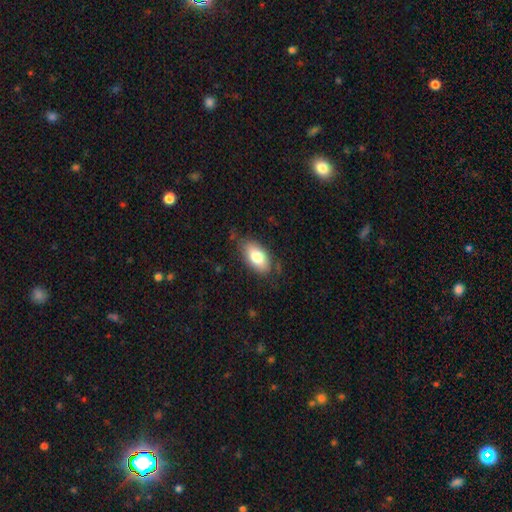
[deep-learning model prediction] A smooth galaxy with no disk features (77%) that is in between round and cigar-shaped (92%). Merging: none (75%).